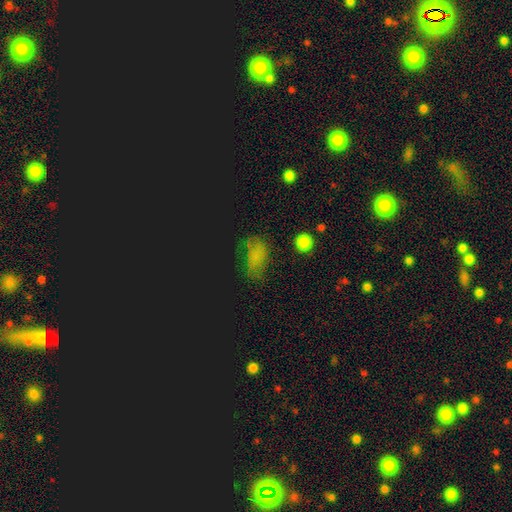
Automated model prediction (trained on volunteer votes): Morphology: type=smooth (51%); roundness=in between (78%); merging=none (55%).